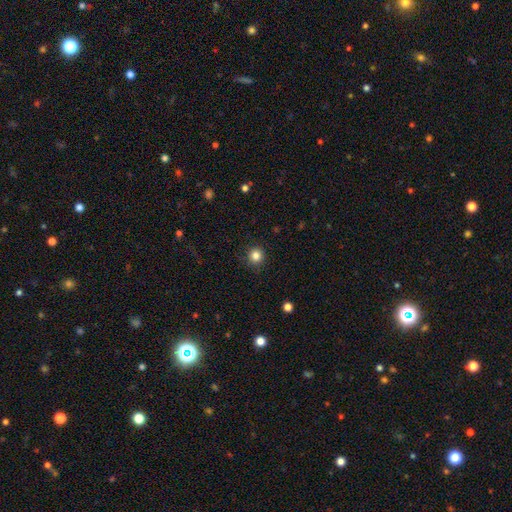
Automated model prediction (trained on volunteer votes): This appears to be a smooth galaxy with no disk features (84%) that is round (94%). Merging: none (90%).